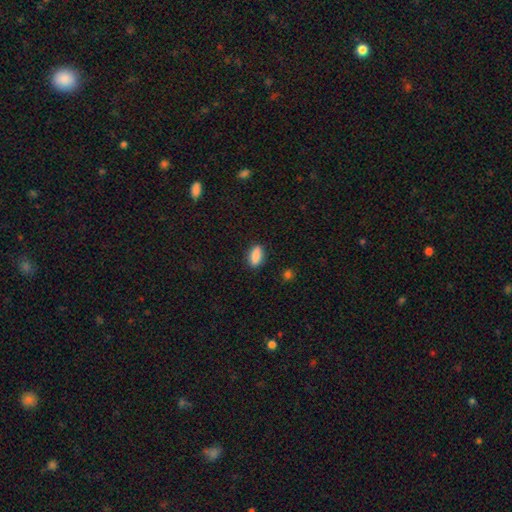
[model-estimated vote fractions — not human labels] smooth-or-featured: smooth: 88% | star or artifact: 7% | featured or disk: 4%
  how-rounded: in between: 83% | cigar-shaped: 13% | round: 4%
  merging: none: 86% | minor disturbance: 10% | major disturbance: 2% | merger: 1%